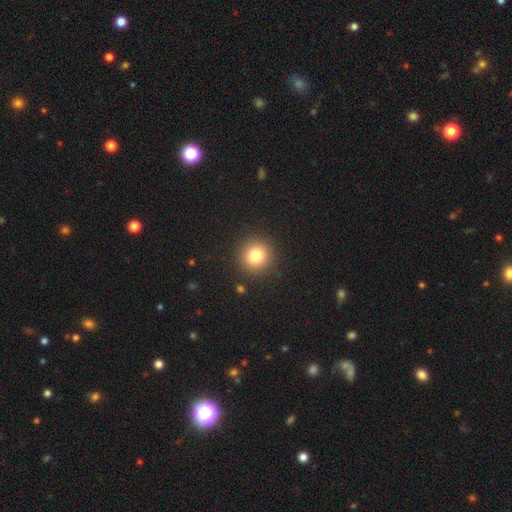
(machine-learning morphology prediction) Smooth or featured: smooth — 82% (star or artifact — 11%)
How rounded: round — 91% (in between — 8%)
Merging: none — 90% (minor disturbance — 6%)